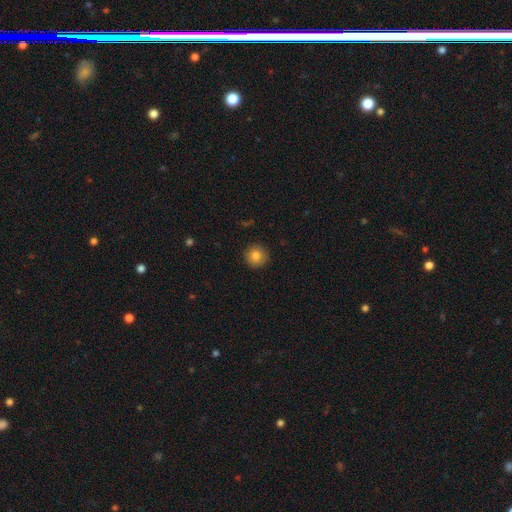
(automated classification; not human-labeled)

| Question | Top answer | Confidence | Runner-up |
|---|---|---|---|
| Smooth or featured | smooth | 82% | star or artifact (9%) |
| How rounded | round | 95% | in between (4%) |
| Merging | none | 90% | minor disturbance (7%) |